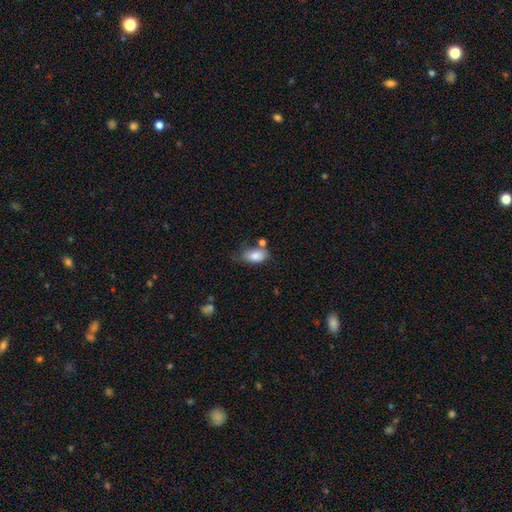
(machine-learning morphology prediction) A smooth galaxy with no disk features (83%) that is in between round and cigar-shaped (91%). Merging: none (44%).